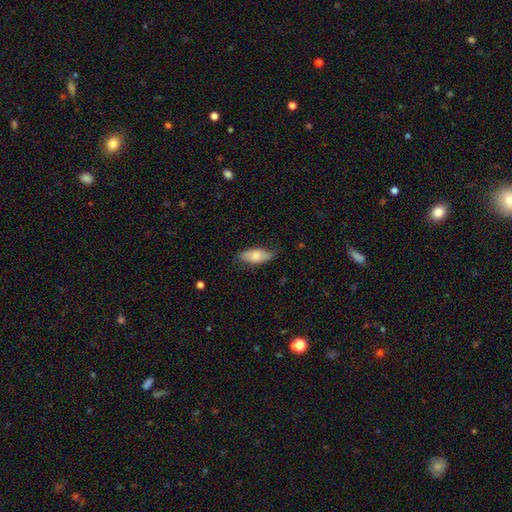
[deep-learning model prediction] The model was most divided on "smooth or featured": smooth: 72%, featured or disk: 22%, star or artifact: 6%. More confident: how rounded — in between (84%); merging — none (74%).